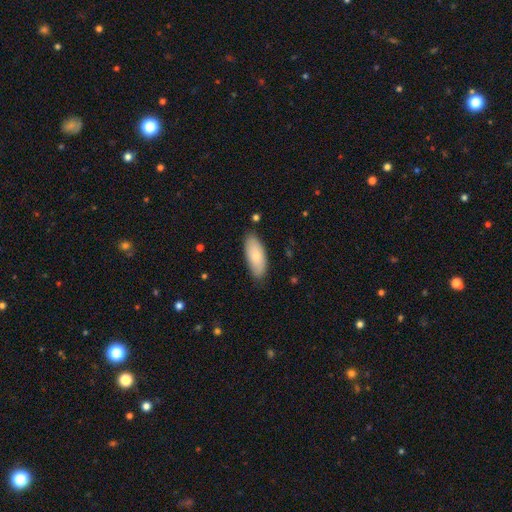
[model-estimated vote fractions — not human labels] Smooth or featured? smooth (80%)
How rounded? in between (83%)
Merging? none (83%)